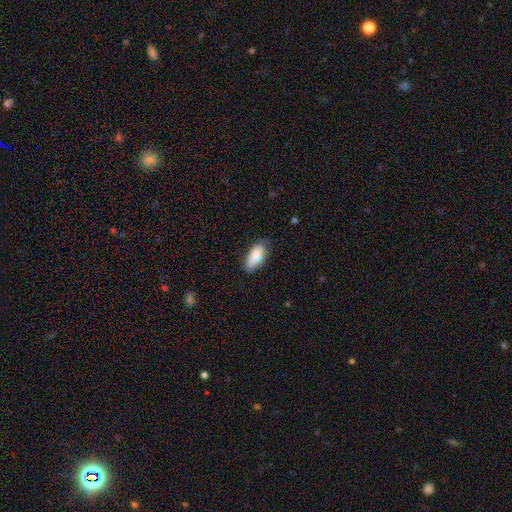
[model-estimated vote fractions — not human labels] Q: Smooth or featured?
A: smooth (86%); runner-up: featured or disk (8%)
Q: How rounded?
A: in between (86%); runner-up: cigar-shaped (12%)
Q: Merging?
A: none (70%); runner-up: minor disturbance (25%)